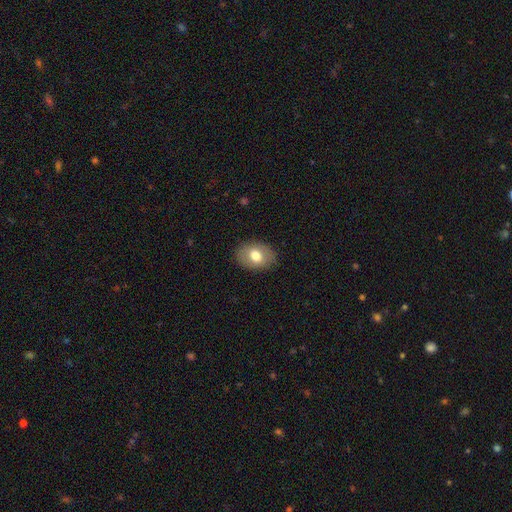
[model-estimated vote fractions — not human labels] This is likely a smooth galaxy (74%). How rounded: likely in between (74%). Merging: clearly none (86%).